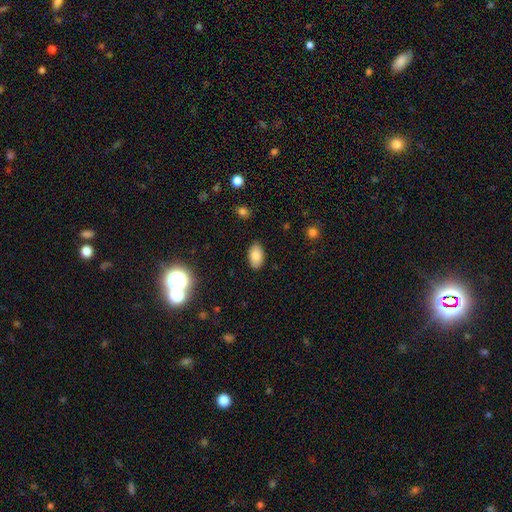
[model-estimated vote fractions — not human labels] Morphology: type=smooth (83%); roundness=in between (94%); merging=none (87%).